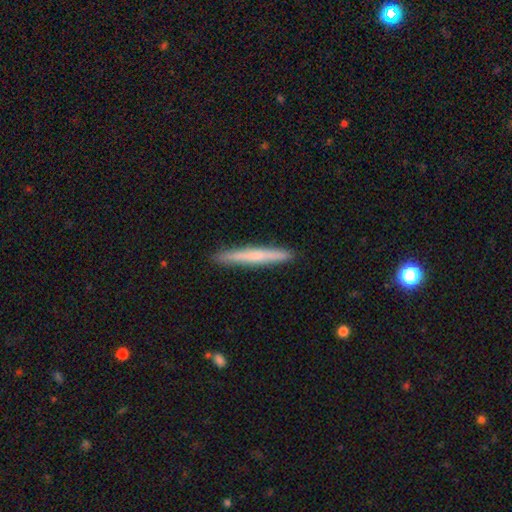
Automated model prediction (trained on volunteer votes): Smooth or featured: smooth — 56% (featured or disk — 38%)
How rounded: cigar-shaped — 97% (in between — 2%)
Merging: none — 92% (minor disturbance — 6%)